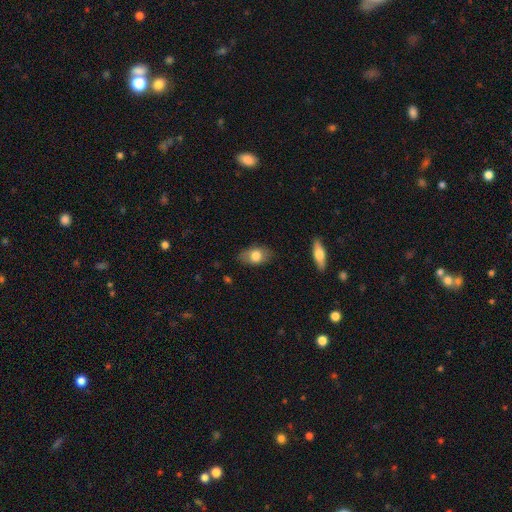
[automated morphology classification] Smooth or featured? smooth (75%)
How rounded? in between (86%)
Merging? none (79%)